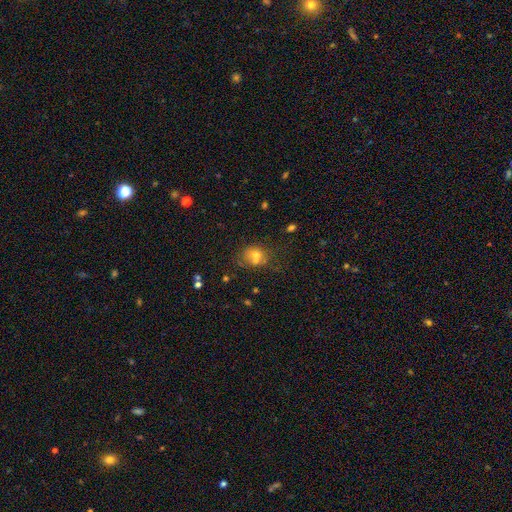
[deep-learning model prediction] Smooth or featured: smooth — 64% (featured or disk — 18%)
How rounded: round — 66% (in between — 33%)
Merging: none — 46% (merger — 32%)